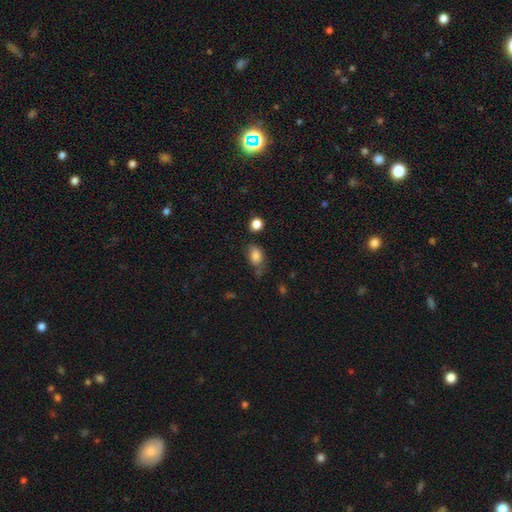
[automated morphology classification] Q: Smooth or featured?
A: smooth (83%); runner-up: star or artifact (10%)
Q: How rounded?
A: in between (79%); runner-up: round (19%)
Q: Merging?
A: none (53%); runner-up: minor disturbance (30%)